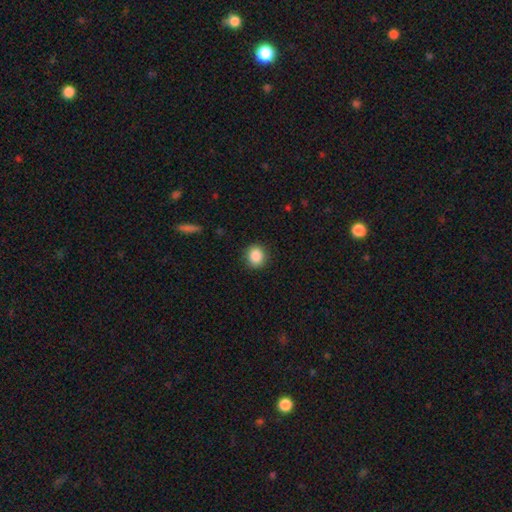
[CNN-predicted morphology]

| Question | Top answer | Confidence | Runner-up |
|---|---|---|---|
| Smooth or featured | smooth | 87% | star or artifact (9%) |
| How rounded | round | 83% | in between (16%) |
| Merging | none | 89% | minor disturbance (8%) |